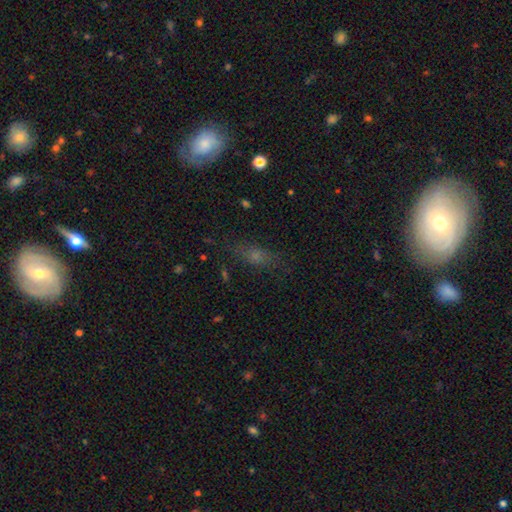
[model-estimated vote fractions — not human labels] Smooth or featured: smooth — 42% (featured or disk — 32%)
Merging: none — 72% (minor disturbance — 17%)